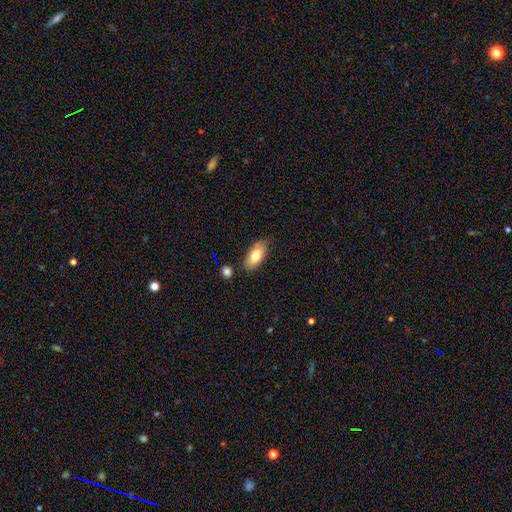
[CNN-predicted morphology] The model was most divided on "smooth or featured": smooth: 75%, featured or disk: 18%, star or artifact: 7%. More confident: how rounded — in between (87%); merging — none (76%).